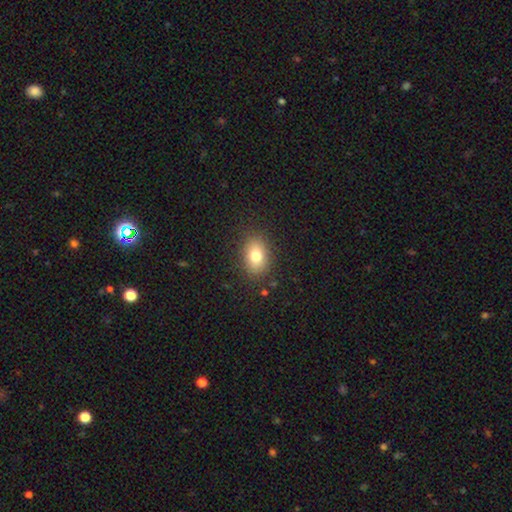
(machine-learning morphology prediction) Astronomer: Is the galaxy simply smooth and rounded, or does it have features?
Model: smooth — 79%.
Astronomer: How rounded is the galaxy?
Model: in between — 73%.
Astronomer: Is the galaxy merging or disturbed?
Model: none — 85%.